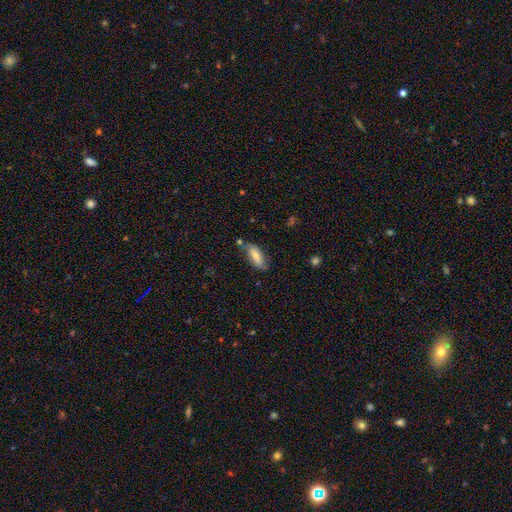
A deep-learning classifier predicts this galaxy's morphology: smooth 64%, featured or disk 29%, star or artifact 7%. Down the decision tree: how rounded — in between (82%); merging — none (66%).